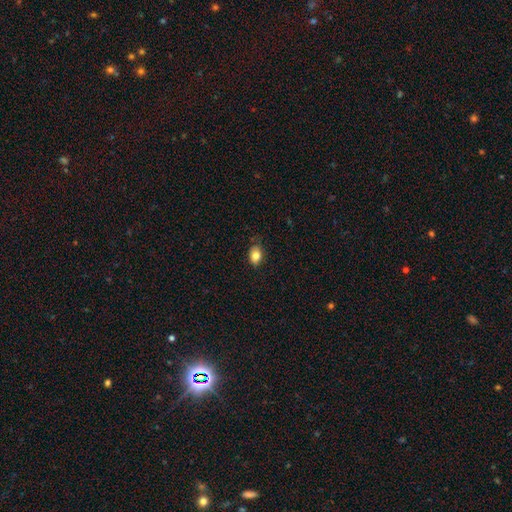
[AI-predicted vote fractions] This is clearly a smooth galaxy (83%). How rounded: likely in between (80%). Merging: likely none (76%).